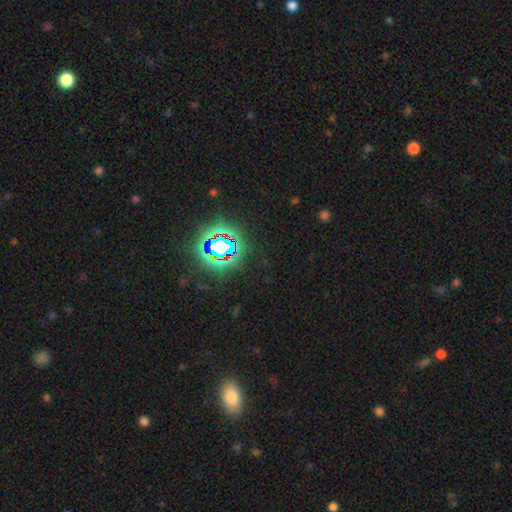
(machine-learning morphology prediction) Smooth or featured? star or artifact (78%)